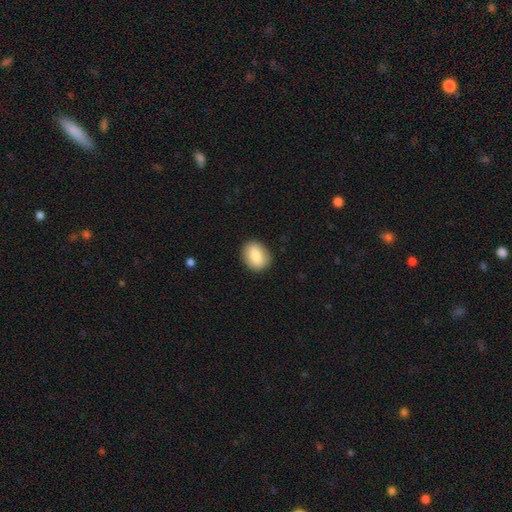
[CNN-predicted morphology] A smooth galaxy with no disk features (82%) that is in between round and cigar-shaped (67%). Merging: none (88%).